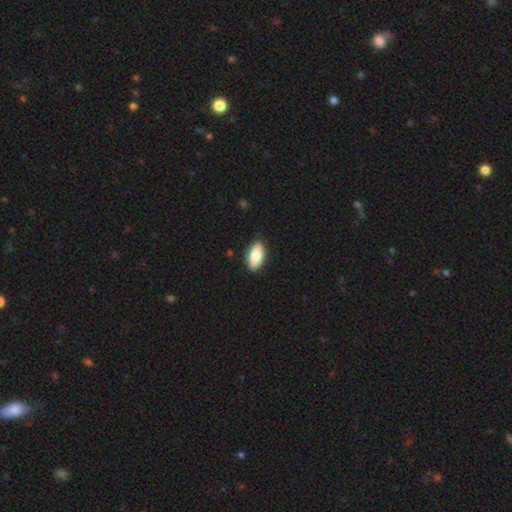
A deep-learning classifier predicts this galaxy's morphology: This appears to be a smooth galaxy with no disk features (82%) that is in between round and cigar-shaped (92%). Merging: none (86%).